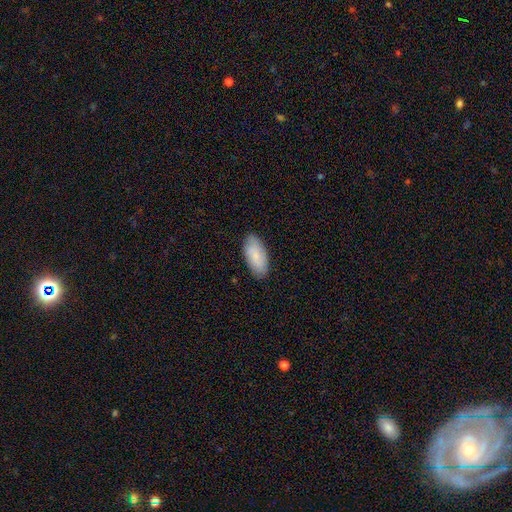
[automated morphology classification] type=smooth (82%); roundness=in between (91%); merging=none (85%).